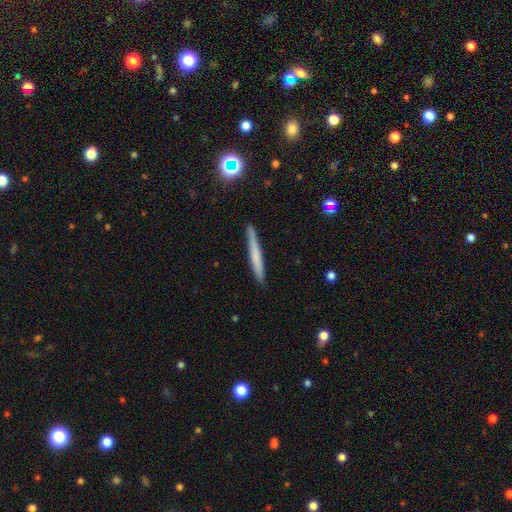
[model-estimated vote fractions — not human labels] Smooth or featured: smooth — 60% (featured or disk — 33%)
How rounded: cigar-shaped — 96% (in between — 2%)
Merging: none — 89% (minor disturbance — 8%)